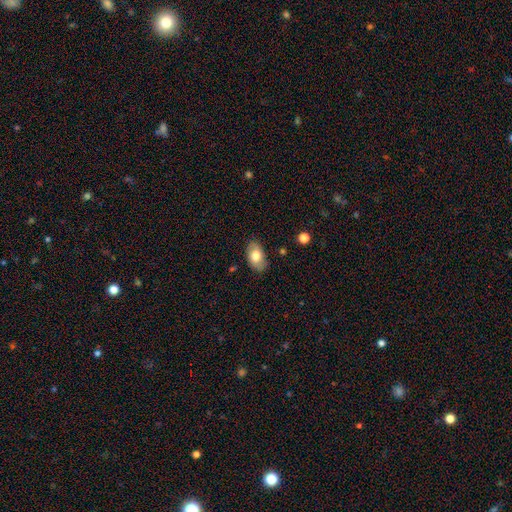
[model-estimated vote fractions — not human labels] Overall: smooth (73%). How rounded: in between (93%). Merging: none (83%).